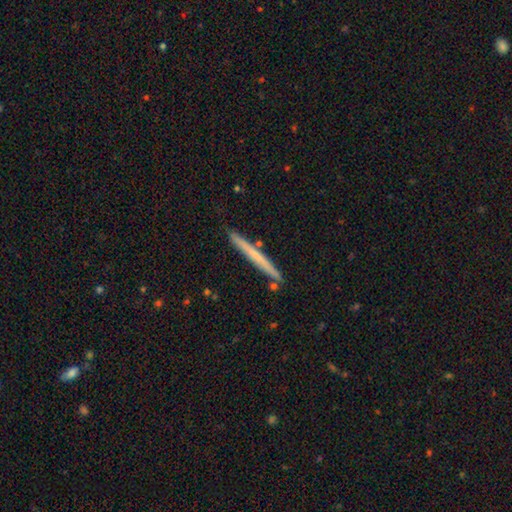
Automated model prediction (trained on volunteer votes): A smooth galaxy with no disk features (53%) that is cigar-shaped (97%). Merging: none (89%).